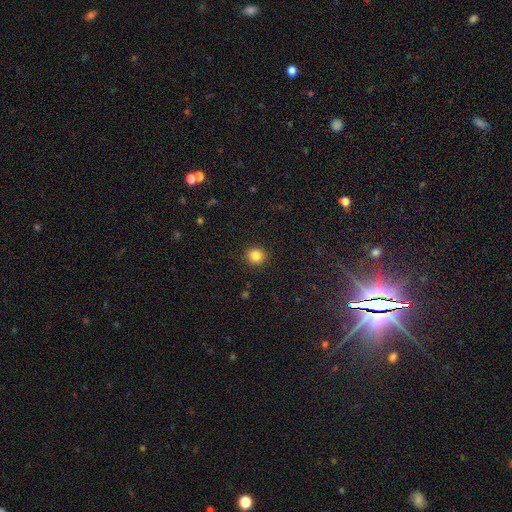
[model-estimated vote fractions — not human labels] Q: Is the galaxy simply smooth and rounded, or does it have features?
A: smooth — 85%.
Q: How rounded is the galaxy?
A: round — 89%.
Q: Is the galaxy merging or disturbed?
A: none — 91%.